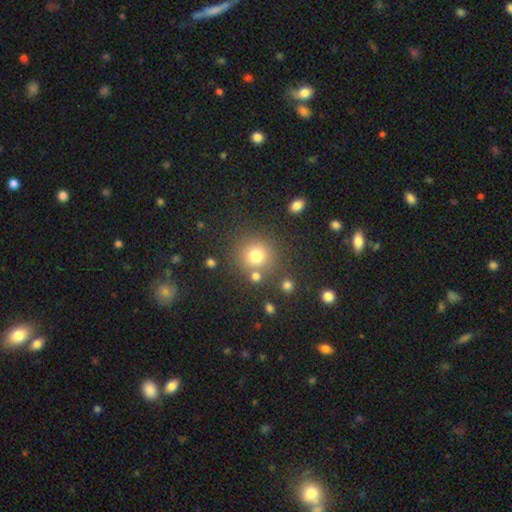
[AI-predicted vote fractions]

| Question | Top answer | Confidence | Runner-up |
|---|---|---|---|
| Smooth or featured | smooth | 77% | star or artifact (15%) |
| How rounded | round | 91% | in between (8%) |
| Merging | none | 76% | merger (10%) |